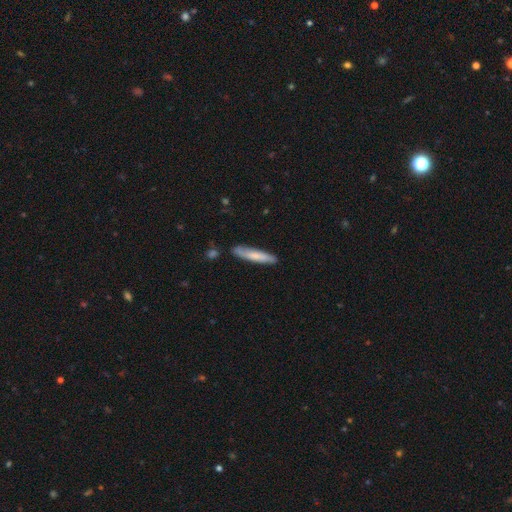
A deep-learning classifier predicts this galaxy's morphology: A smooth galaxy with no disk features (68%) that is cigar-shaped (89%).

Vote fractions:
- Smooth or featured? smooth: 68% / featured or disk: 26% / star or artifact: 5%
- How rounded? cigar-shaped: 89% / in between: 10% / round: 1%
- Merging? none: 83% / minor disturbance: 12% / merger: 2% / major disturbance: 2%